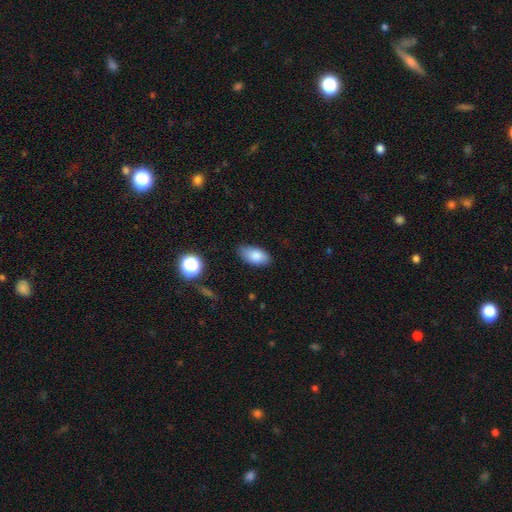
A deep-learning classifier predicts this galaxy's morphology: type=smooth (84%); roundness=in between (93%); merging=none (80%).